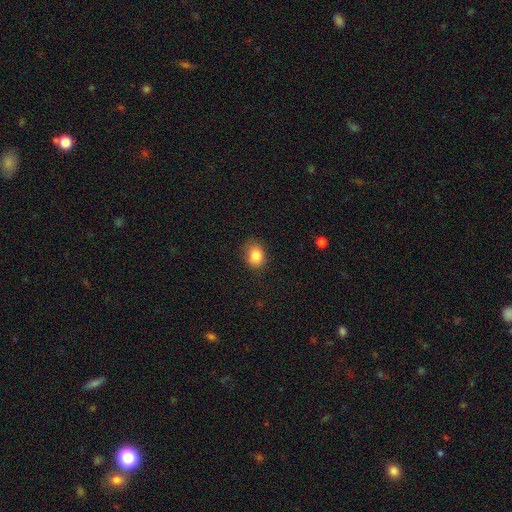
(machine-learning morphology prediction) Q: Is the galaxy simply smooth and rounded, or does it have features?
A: smooth — 84%.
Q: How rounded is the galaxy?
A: in between — 54%.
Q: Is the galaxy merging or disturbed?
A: none — 78%.